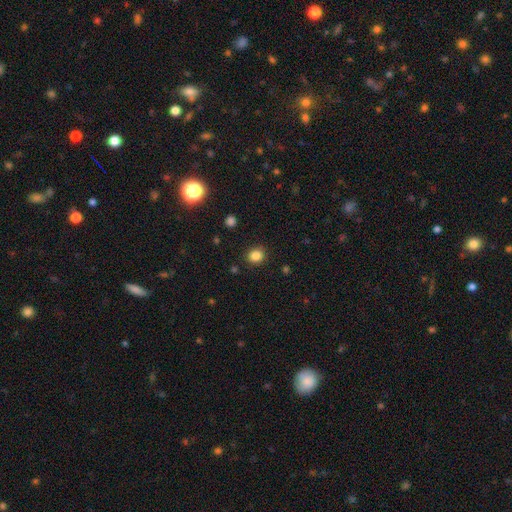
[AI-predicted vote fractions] Smooth or featured?
  - smooth: 84% *
  - star or artifact: 11%
  - featured or disk: 4%
How rounded?
  - round: 78% *
  - in between: 21%
  - cigar-shaped: 1%
Merging?
  - none: 90% *
  - minor disturbance: 7%
  - major disturbance: 2%
  - merger: 1%